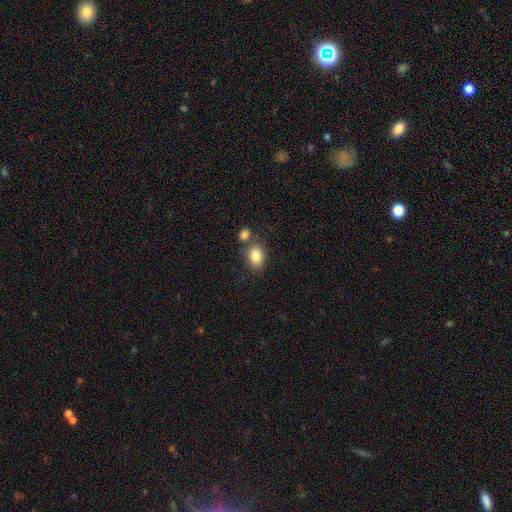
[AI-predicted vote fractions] This is clearly a smooth galaxy (85%). How rounded: likely in between (69%). Merging: likely none (64%).